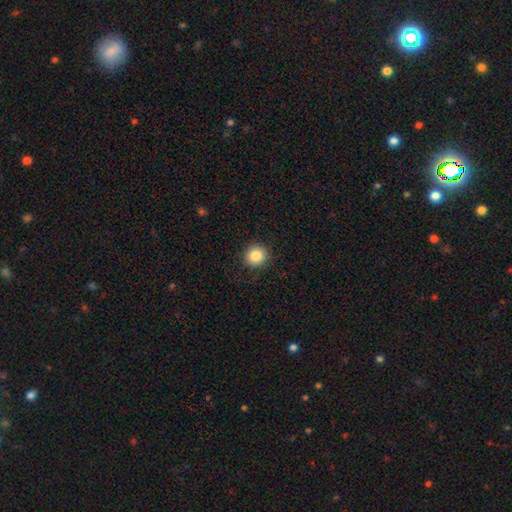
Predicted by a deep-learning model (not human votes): Q: Smooth or featured?
A: smooth (85%); runner-up: star or artifact (10%)
Q: How rounded?
A: round (92%); runner-up: in between (8%)
Q: Merging?
A: none (90%); runner-up: minor disturbance (7%)